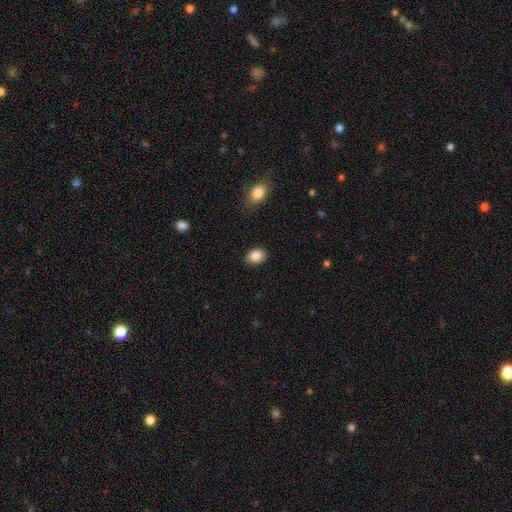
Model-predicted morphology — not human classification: Smooth or featured? smooth (88%)
How rounded? in between (76%)
Merging? none (85%)